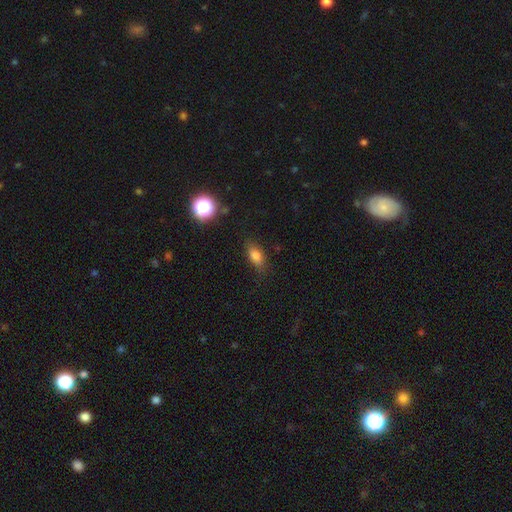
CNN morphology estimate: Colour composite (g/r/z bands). It shows a smooth galaxy with no disk features (78%) that is in between round and cigar-shaped (81%). Merging: none (78%).